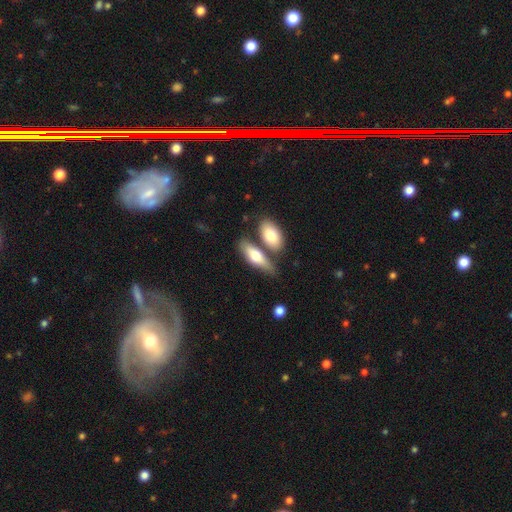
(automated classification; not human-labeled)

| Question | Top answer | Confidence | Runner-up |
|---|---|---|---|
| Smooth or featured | smooth | 68% | featured or disk (27%) |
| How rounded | in between | 68% | cigar-shaped (28%) |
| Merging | none | 50% | merger (32%) |